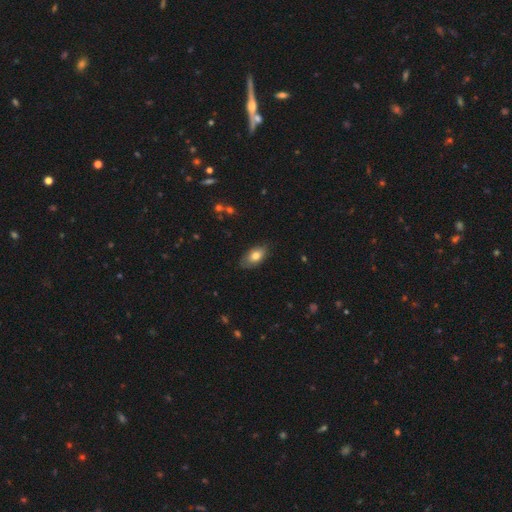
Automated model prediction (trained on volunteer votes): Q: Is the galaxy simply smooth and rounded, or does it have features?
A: smooth — 75%.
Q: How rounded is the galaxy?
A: in between — 92%.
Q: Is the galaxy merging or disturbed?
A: none — 77%.